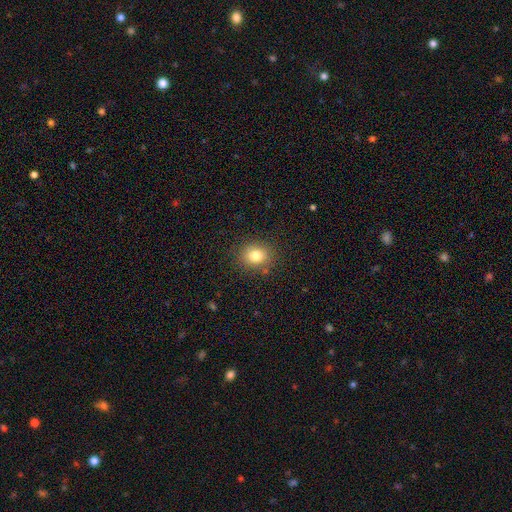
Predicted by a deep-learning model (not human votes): Smooth or featured? Predicted: smooth (p=0.79). How rounded? Predicted: round (p=0.72). Merging? Predicted: none (p=0.86).